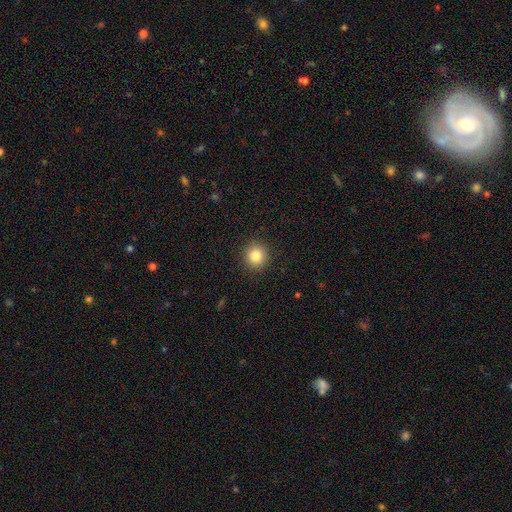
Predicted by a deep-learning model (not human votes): Smooth or featured? smooth (84%)
How rounded? round (92%)
Merging? none (91%)